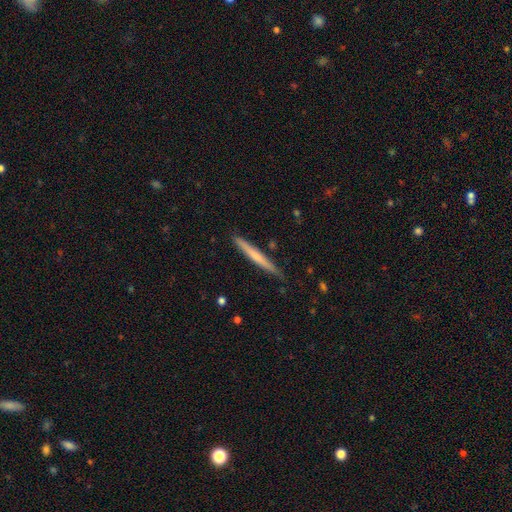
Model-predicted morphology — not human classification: Smooth or featured? Predicted: smooth (p=0.54). How rounded? Predicted: cigar-shaped (p=0.96). Merging? Predicted: none (p=0.86).